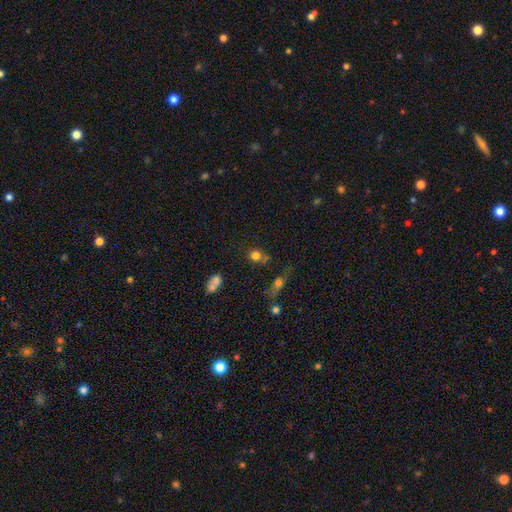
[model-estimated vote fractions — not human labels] A smooth galaxy with no disk features (76%) that is round (80%).

Vote fractions:
- Smooth or featured? smooth: 76% / star or artifact: 15% / featured or disk: 9%
- How rounded? round: 80% / in between: 19% / cigar-shaped: 2%
- Merging? none: 60% / merger: 19% / minor disturbance: 15% / major disturbance: 7%